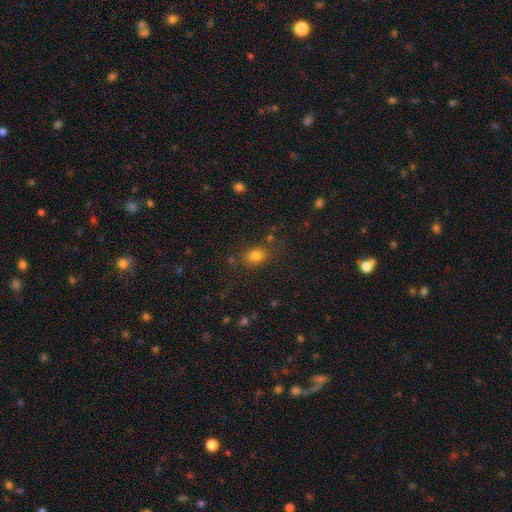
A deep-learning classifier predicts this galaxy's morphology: This is likely a smooth galaxy (79%). How rounded: likely in between (65%). Merging: likely none (78%).